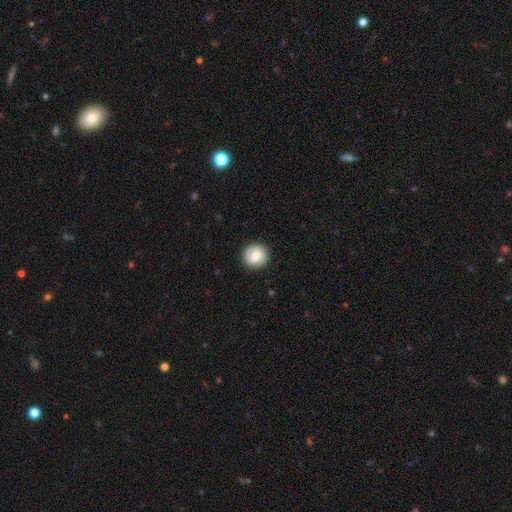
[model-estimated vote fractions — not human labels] Q: Smooth or featured?
A: smooth (67%); runner-up: featured or disk (26%)
Q: How rounded?
A: round (90%); runner-up: in between (9%)
Q: Merging?
A: none (89%); runner-up: minor disturbance (8%)